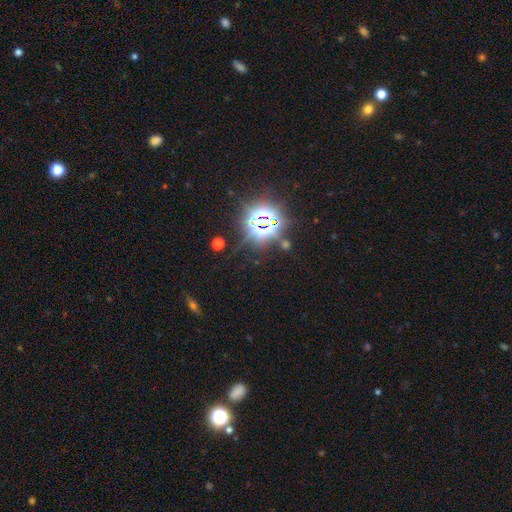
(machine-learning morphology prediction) smooth_or_featured: star or artifact (p=0.79) [alt: smooth p=0.14]